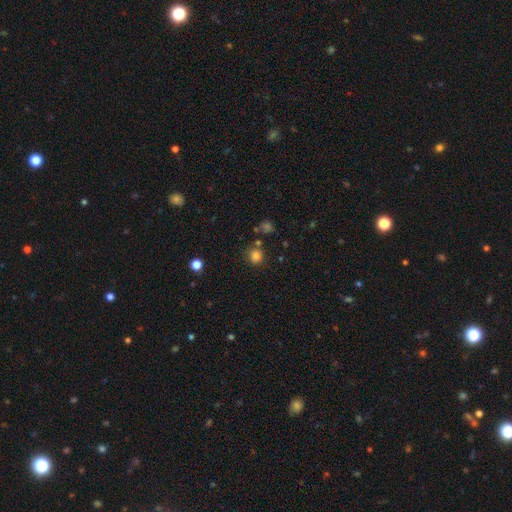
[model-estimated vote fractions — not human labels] This is clearly a smooth galaxy (81%). How rounded: clearly round (88%). Merging: likely none (78%).